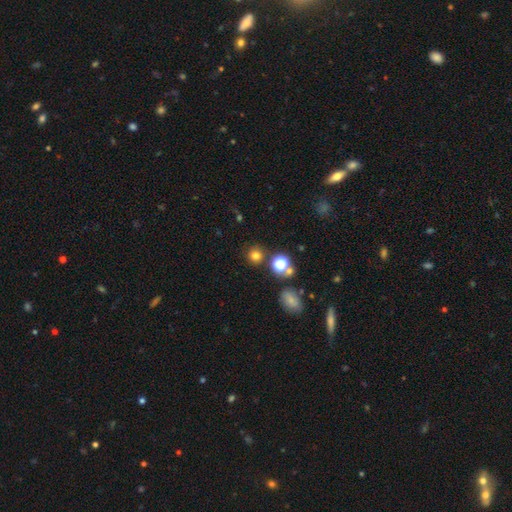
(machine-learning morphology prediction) The model was most divided on "smooth or featured": smooth: 74%, star or artifact: 20%, featured or disk: 6%. More confident: how rounded — round (92%); merging — none (83%).